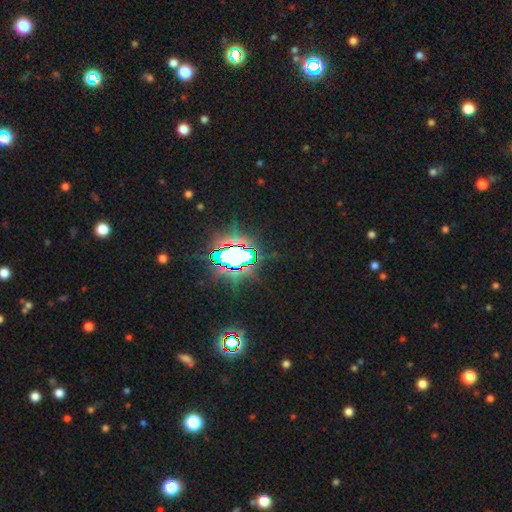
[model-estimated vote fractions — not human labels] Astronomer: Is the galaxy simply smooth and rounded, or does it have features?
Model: star or artifact — 76%.